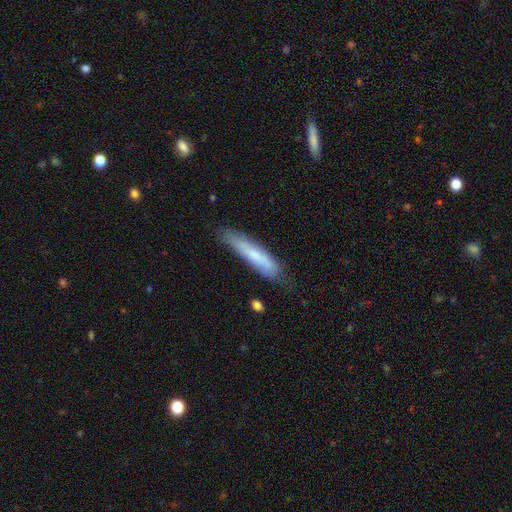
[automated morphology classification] This is likely a smooth galaxy (68%). How rounded: clearly cigar-shaped (87%). Merging: likely none (68%).